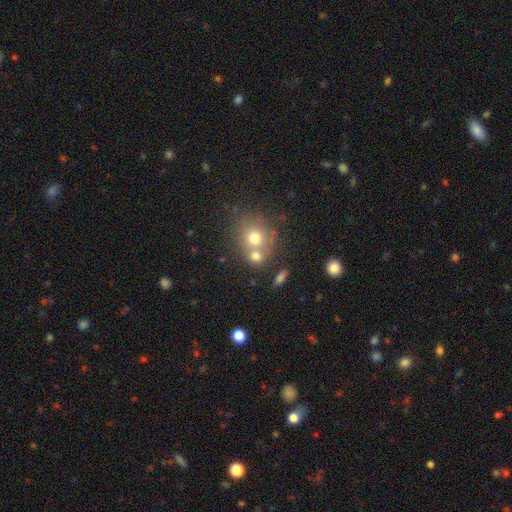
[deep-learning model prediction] This appears to be a smooth galaxy with no disk features (72%) that is round (74%). Merging: merger (45%).